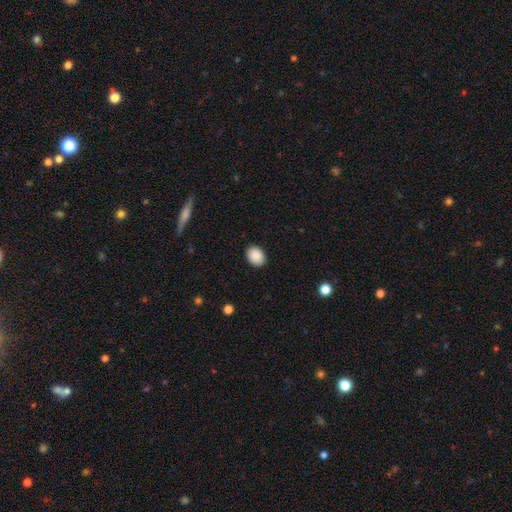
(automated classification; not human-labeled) smooth-or-featured: smooth: 90% | star or artifact: 7% | featured or disk: 3%
  how-rounded: in between: 65% | round: 34% | cigar-shaped: 1%
  merging: none: 90% | minor disturbance: 7% | major disturbance: 2% | merger: 1%